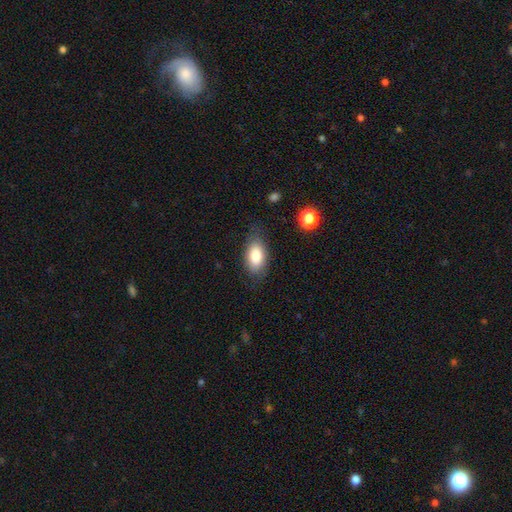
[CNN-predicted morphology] A smooth galaxy with no disk features (83%) that is in between round and cigar-shaped (91%). Merging: none (76%).